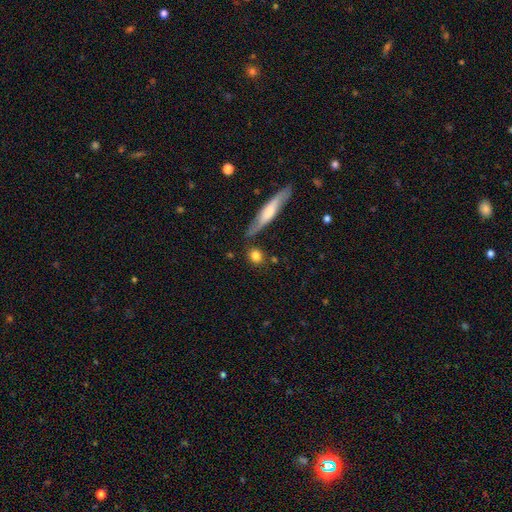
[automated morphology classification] Q: Smooth or featured?
A: smooth (80%); runner-up: featured or disk (12%)
Q: How rounded?
A: round (67%); runner-up: in between (22%)
Q: Merging?
A: none (78%); runner-up: minor disturbance (11%)